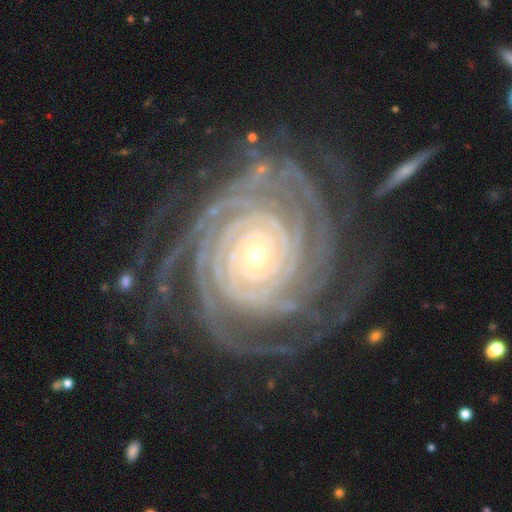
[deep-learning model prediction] Smooth or featured? featured or disk (93%)
Edge-on disk? no (97%)
Bar? no (73%)
Spiral arms? yes (99%)
Spiral winding? tight (90%)
Spiral arm count? more than 4 (32%)
Bulge size? small (71%)
Merging? none (75%)